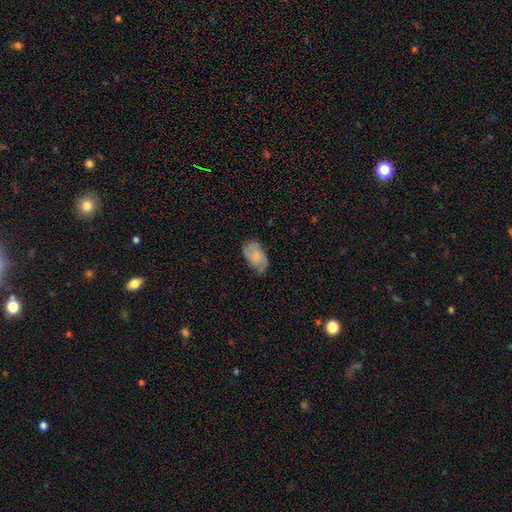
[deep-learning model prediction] This is possibly a smooth galaxy (50%). How rounded: clearly in between (91%). Merging: likely none (63%).